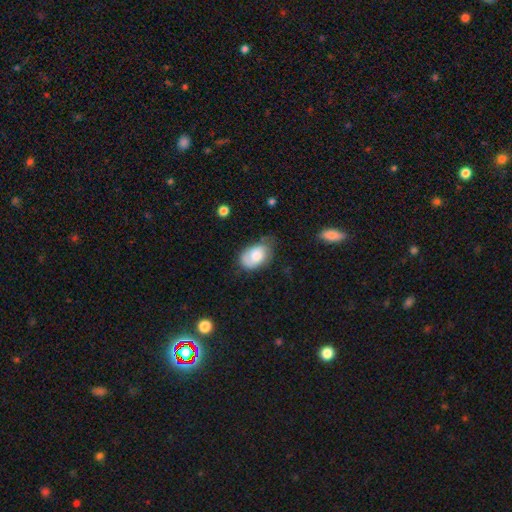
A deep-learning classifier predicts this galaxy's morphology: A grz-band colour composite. It shows a smooth galaxy with no disk features (71%) that is in between round and cigar-shaped (86%). Merging: none (48%).